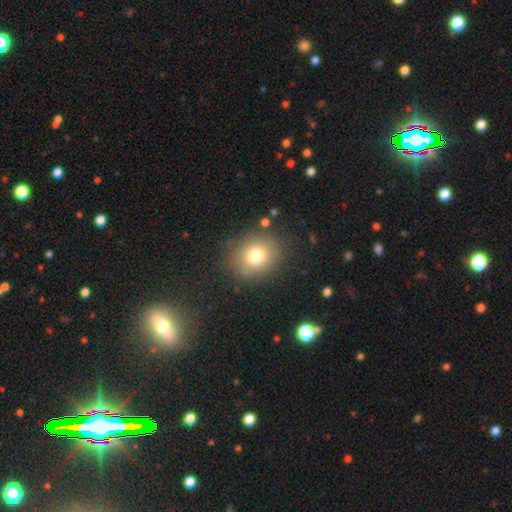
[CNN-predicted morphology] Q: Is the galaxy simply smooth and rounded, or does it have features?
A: smooth — 76%.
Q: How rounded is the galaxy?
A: round — 64%.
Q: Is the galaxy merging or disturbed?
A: none — 81%.